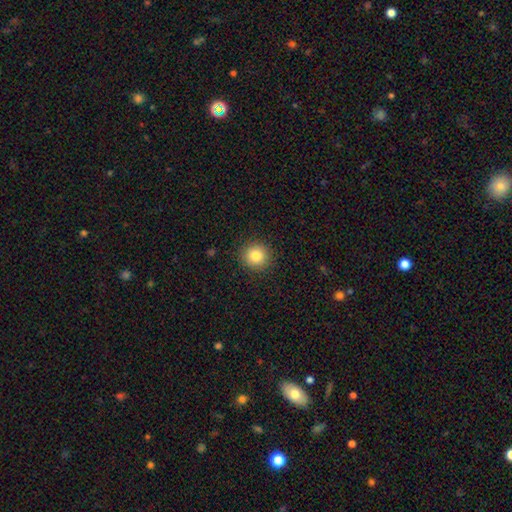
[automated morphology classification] This appears to be a smooth galaxy with no disk features (83%) that is round (93%). Merging: none (91%).